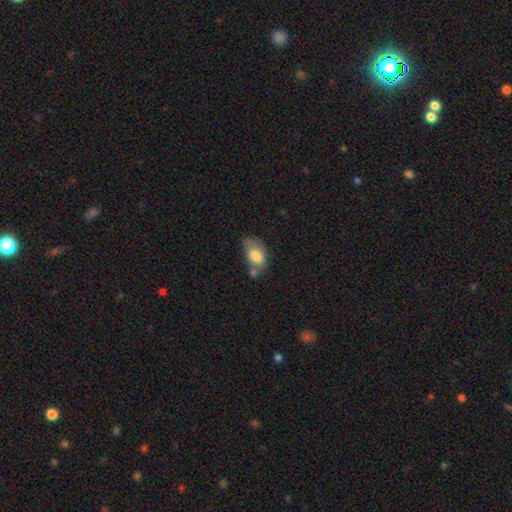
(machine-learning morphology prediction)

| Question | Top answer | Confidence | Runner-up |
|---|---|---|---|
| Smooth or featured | smooth | 78% | featured or disk (15%) |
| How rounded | in between | 88% | round (10%) |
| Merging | none | 37% | minor disturbance (28%) |